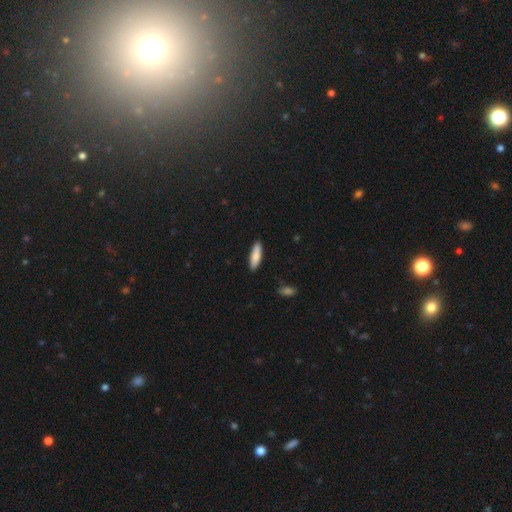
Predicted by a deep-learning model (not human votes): Q: Smooth or featured?
A: smooth (84%); runner-up: featured or disk (11%)
Q: How rounded?
A: cigar-shaped (62%); runner-up: in between (37%)
Q: Merging?
A: none (88%); runner-up: minor disturbance (9%)